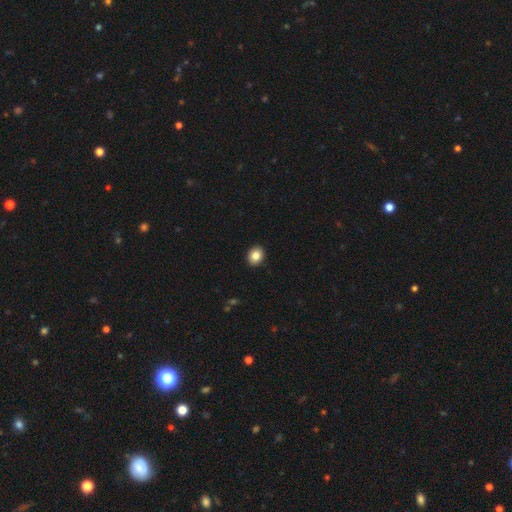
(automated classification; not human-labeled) smooth-or-featured: smooth: 85% | star or artifact: 9% | featured or disk: 7%
  how-rounded: round: 54% | in between: 45% | cigar-shaped: 1%
  merging: none: 91% | minor disturbance: 6% | major disturbance: 2% | merger: 1%